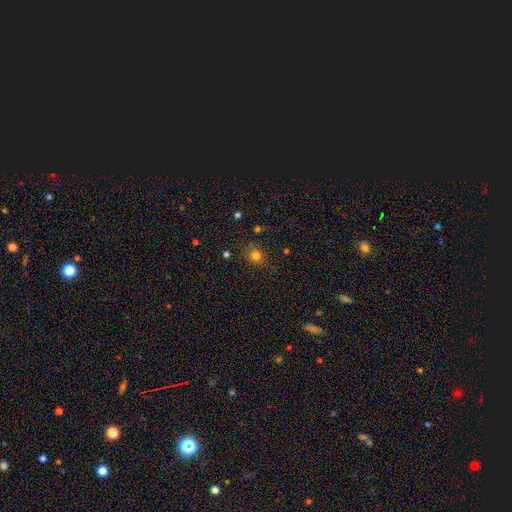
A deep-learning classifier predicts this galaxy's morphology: Q: Smooth or featured?
A: smooth (75%); runner-up: star or artifact (19%)
Q: How rounded?
A: round (82%); runner-up: in between (17%)
Q: Merging?
A: none (80%); runner-up: minor disturbance (12%)